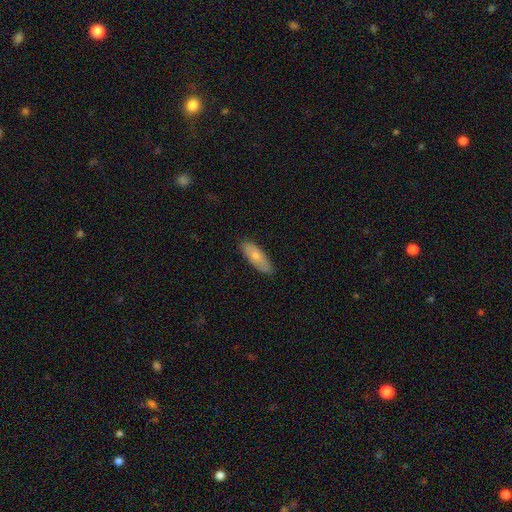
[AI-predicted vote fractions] This is likely a smooth galaxy (73%). How rounded: likely in between (66%). Merging: clearly none (85%).